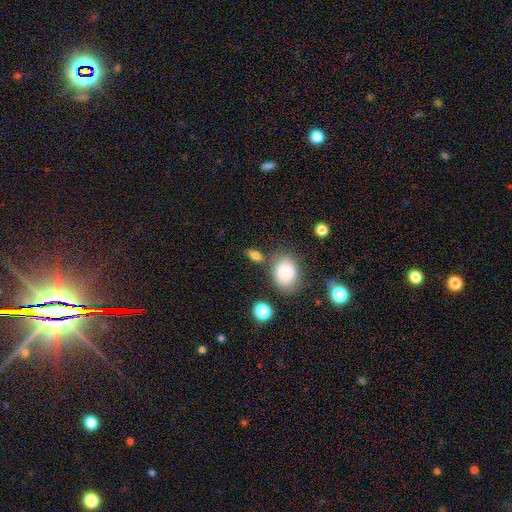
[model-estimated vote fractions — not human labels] A smooth galaxy with no disk features (78%) that is in between round and cigar-shaped (73%).

Vote fractions:
- Smooth or featured? smooth: 78% / star or artifact: 12% / featured or disk: 10%
- How rounded? in between: 73% / round: 19% / cigar-shaped: 7%
- Merging? none: 71% / minor disturbance: 14% / merger: 10% / major disturbance: 5%